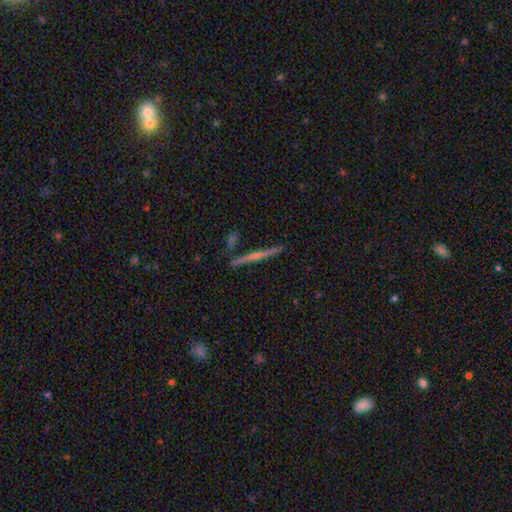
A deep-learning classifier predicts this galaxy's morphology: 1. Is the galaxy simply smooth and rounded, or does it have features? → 72% featured or disk, 21% smooth, 7% star or artifact.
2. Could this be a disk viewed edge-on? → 98% yes, 2% no.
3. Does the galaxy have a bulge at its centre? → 67% rounded, 26% none, 7% boxy.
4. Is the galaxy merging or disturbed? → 88% none, 7% minor disturbance, 3% merger, 2% major disturbance.